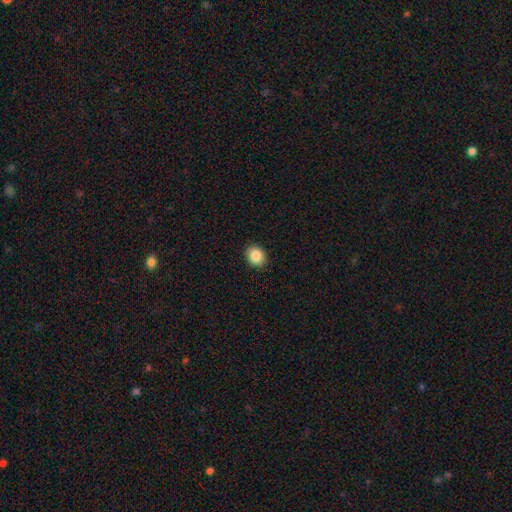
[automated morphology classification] A smooth galaxy with no disk features (86%) that is round (57%).

Vote fractions:
- Smooth or featured? smooth: 86% / star or artifact: 9% / featured or disk: 5%
- How rounded? round: 57% / in between: 42% / cigar-shaped: 1%
- Merging? none: 90% / minor disturbance: 7% / major disturbance: 2% / merger: 1%